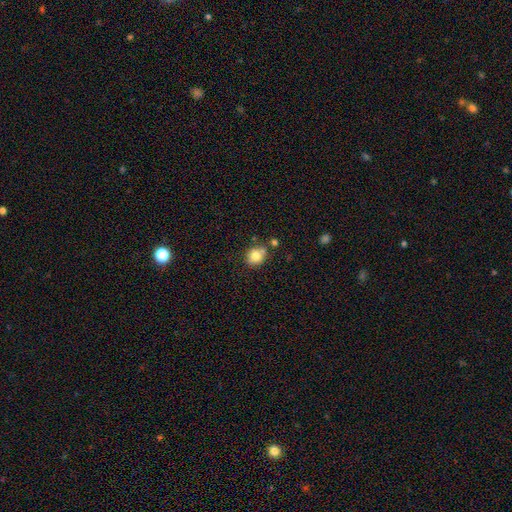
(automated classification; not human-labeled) smooth_or_featured: smooth (p=0.80) [alt: star or artifact p=0.10]
how_rounded: round (p=0.66) [alt: in between p=0.33]
merging: none (p=0.65) [alt: minor disturbance p=0.17]